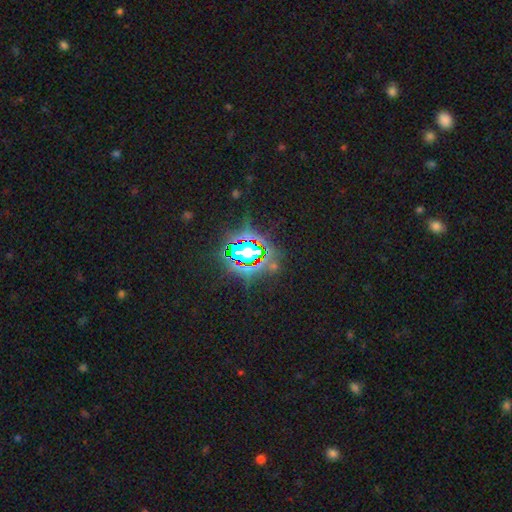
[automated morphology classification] This appears to be a star or artifact, not a galaxy (82%).